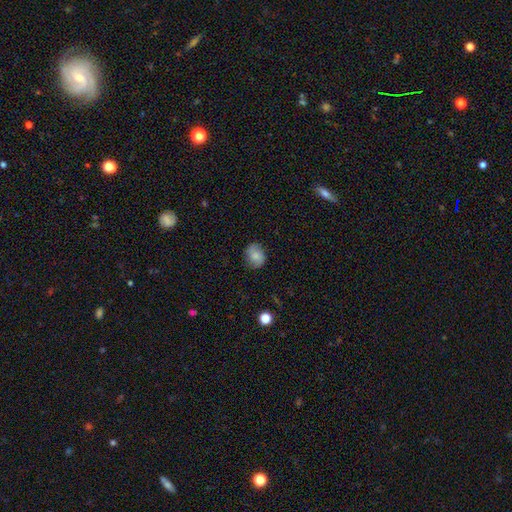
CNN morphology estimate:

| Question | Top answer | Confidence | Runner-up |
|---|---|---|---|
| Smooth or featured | smooth | 69% | featured or disk (21%) |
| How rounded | round | 63% | in between (36%) |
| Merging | none | 80% | minor disturbance (15%) |